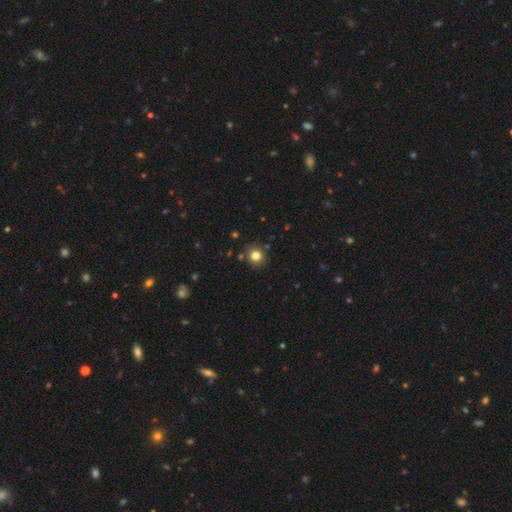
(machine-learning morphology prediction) This is clearly a smooth galaxy (81%). How rounded: clearly round (85%). Merging: clearly none (86%).